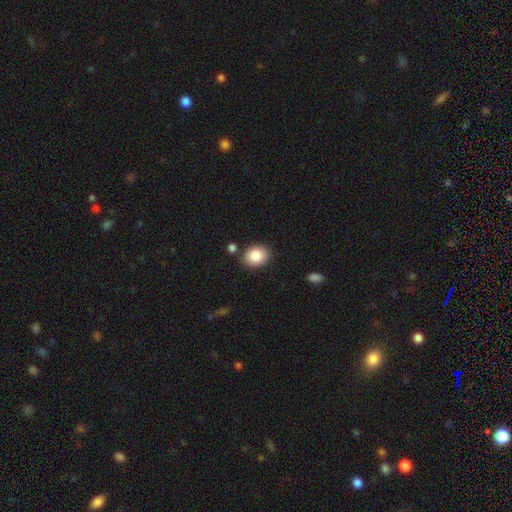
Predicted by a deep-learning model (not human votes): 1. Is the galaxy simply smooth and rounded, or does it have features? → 86% smooth, 8% star or artifact, 6% featured or disk.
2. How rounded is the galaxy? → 50% round, 49% in between, 1% cigar-shaped.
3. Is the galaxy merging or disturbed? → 83% none, 10% minor disturbance, 5% merger, 2% major disturbance.